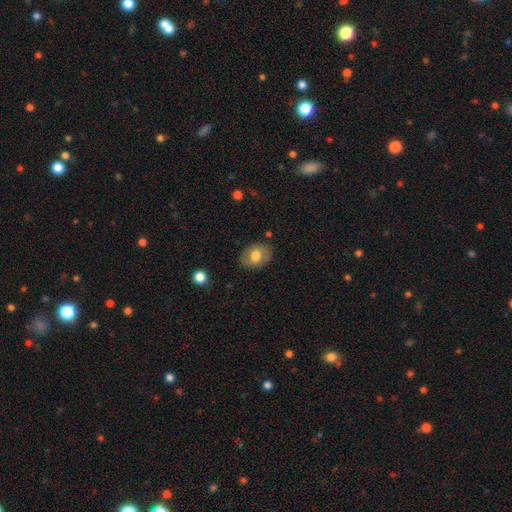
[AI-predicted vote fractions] This appears to be a smooth galaxy with no disk features (73%) that is in between round and cigar-shaped (69%). Merging: none (82%).